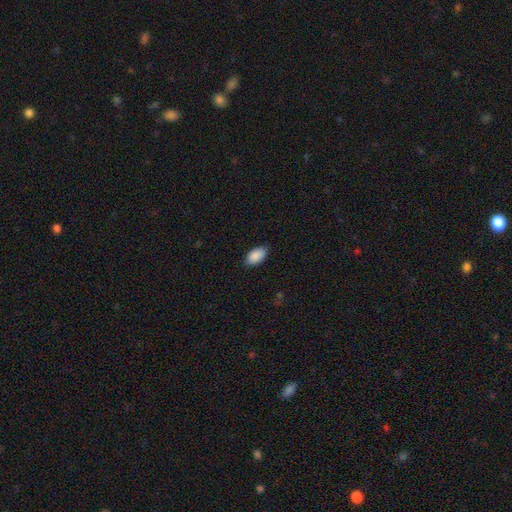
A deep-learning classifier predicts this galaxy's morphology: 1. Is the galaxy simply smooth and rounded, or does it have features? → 90% smooth, 7% star or artifact, 4% featured or disk.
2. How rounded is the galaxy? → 94% in between, 4% round, 2% cigar-shaped.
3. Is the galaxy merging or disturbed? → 84% none, 13% minor disturbance, 2% major disturbance, 1% merger.